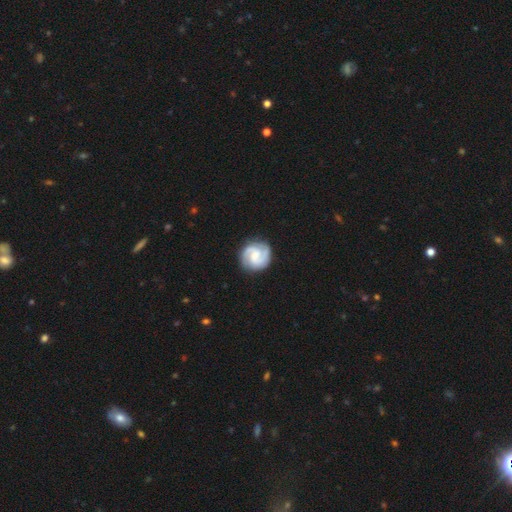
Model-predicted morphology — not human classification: smooth_or_featured: featured or disk (p=0.84) [alt: smooth p=0.12]
disk_edge_on: no (p=0.98) [alt: yes p=0.02]
bar: weak (p=0.49) [alt: no p=0.39]
has_spiral_arms: yes (p=0.97) [alt: no p=0.03]
spiral_winding: medium (p=0.47) [alt: tight p=0.42]
spiral_arm_count: 2 (p=0.86) [alt: 3 p=0.05]
bulge_size: small (p=0.40) [alt: moderate p=0.33]
merging: none (p=0.84) [alt: minor disturbance p=0.11]